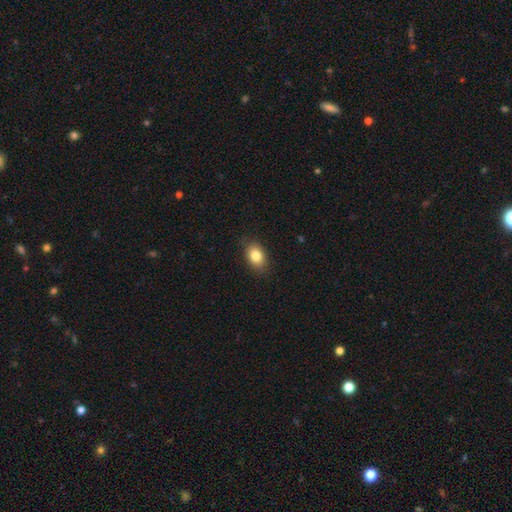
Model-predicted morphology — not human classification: The model was most divided on "how rounded": in between: 80%, round: 19%, cigar-shaped: 1%. More confident: merging — none (85%); smooth or featured — smooth (83%).